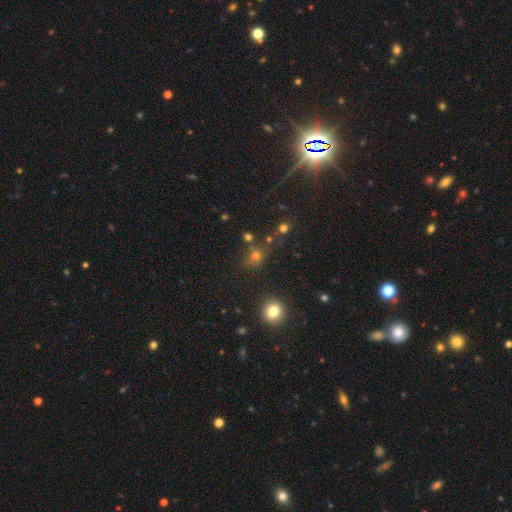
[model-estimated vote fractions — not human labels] This appears to be a smooth galaxy with no disk features (62%) that is round (79%). Merging: none (70%).